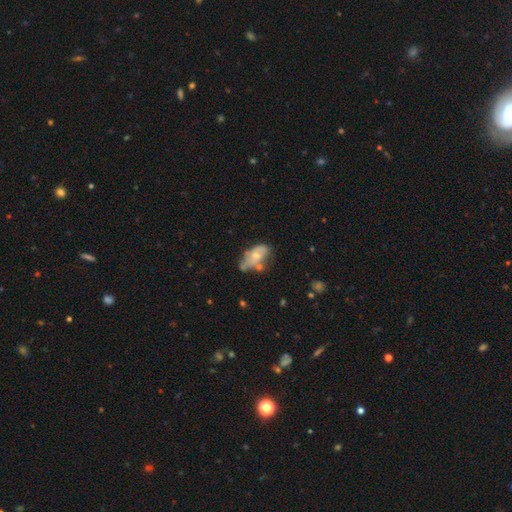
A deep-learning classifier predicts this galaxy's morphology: This appears to be a featured or disk galaxy (47%). Merging: minor disturbance (34%).